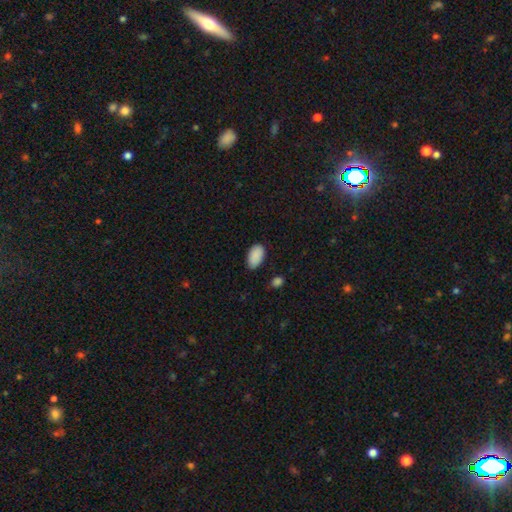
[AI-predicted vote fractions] Smooth or featured? Predicted: smooth (p=0.90). How rounded? Predicted: in between (p=0.95). Merging? Predicted: none (p=0.78).